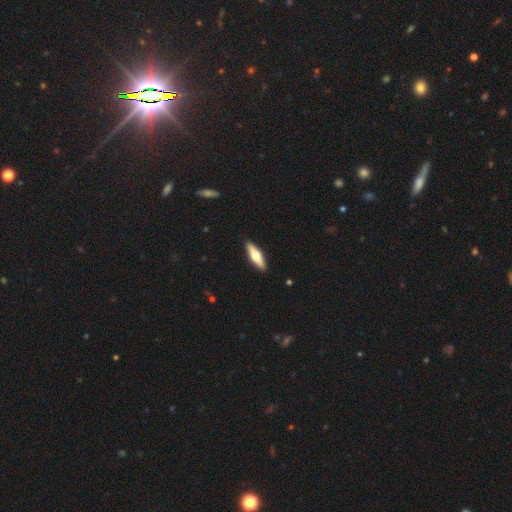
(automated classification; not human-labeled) The model was most divided on "smooth or featured": smooth: 49%, featured or disk: 46%, star or artifact: 5%. More confident: merging — none (91%).